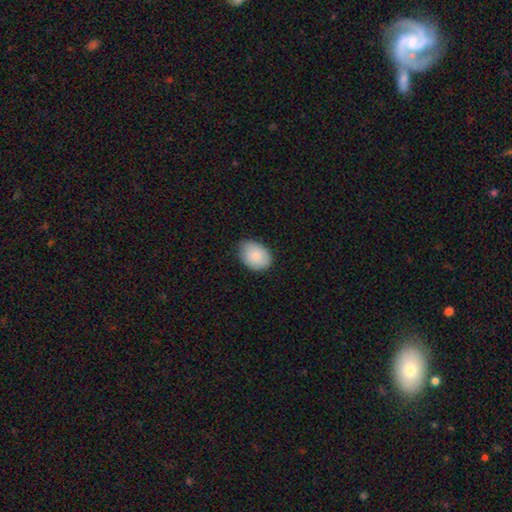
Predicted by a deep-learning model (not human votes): Smooth or featured? Predicted: smooth (p=0.86). How rounded? Predicted: in between (p=0.76). Merging? Predicted: none (p=0.74).